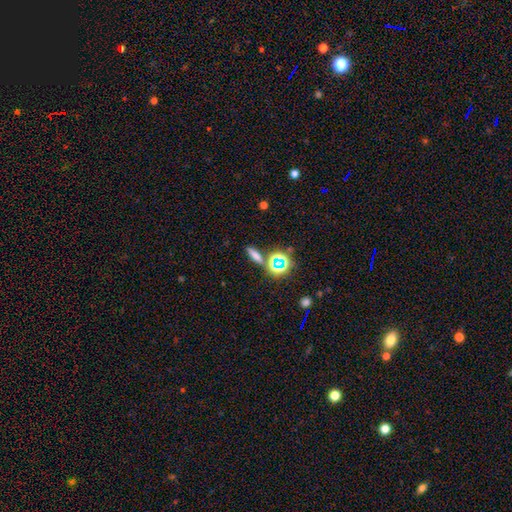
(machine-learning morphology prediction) This is likely a smooth galaxy (61%). How rounded: likely cigar-shaped (63%). Merging: likely none (80%).